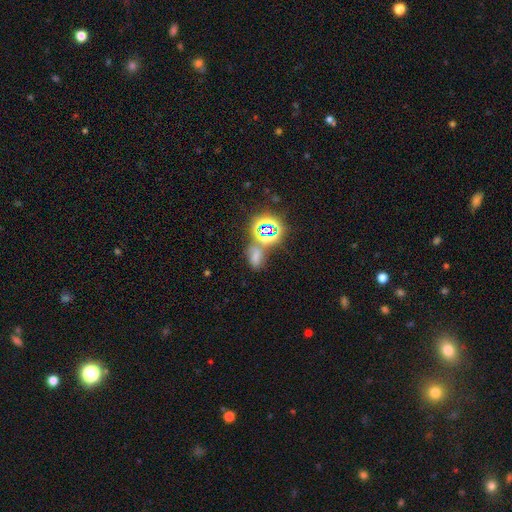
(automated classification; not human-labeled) A star or artifact, not a galaxy (44%).

Vote fractions:
- Smooth or featured? star or artifact: 44% / smooth: 43% / featured or disk: 13%